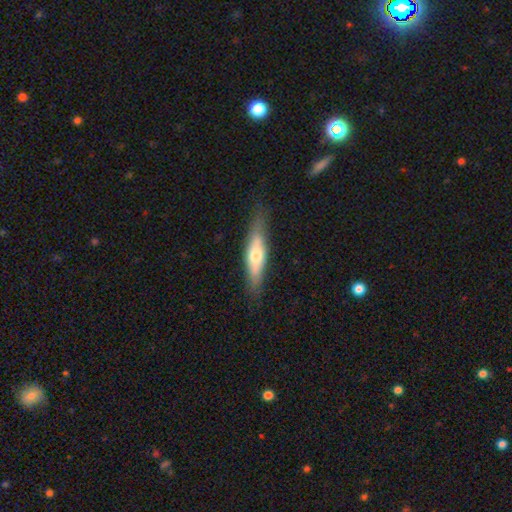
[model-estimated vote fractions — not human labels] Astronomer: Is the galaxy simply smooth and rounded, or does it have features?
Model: smooth — 52% (runner-up: featured or disk, 43%).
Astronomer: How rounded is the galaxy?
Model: cigar-shaped — 66%.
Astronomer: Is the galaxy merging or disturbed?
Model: none — 79%.